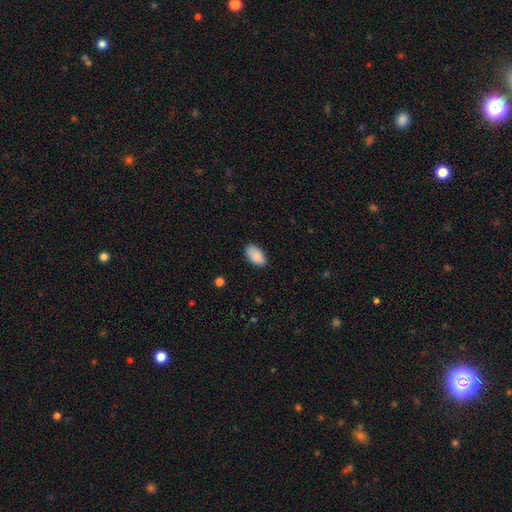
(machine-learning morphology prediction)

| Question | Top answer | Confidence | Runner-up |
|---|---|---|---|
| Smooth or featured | smooth | 89% | star or artifact (7%) |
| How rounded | in between | 95% | round (3%) |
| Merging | none | 84% | minor disturbance (13%) |